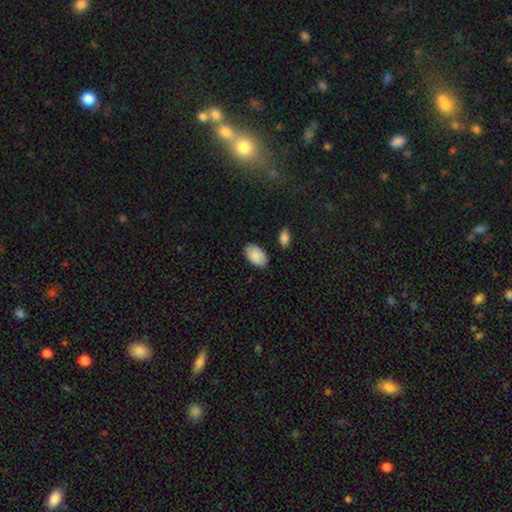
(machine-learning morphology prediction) The model was most divided on "merging": none: 82%, minor disturbance: 13%, major disturbance: 3%, merger: 2%. More confident: how rounded — in between (93%); smooth or featured — smooth (90%).